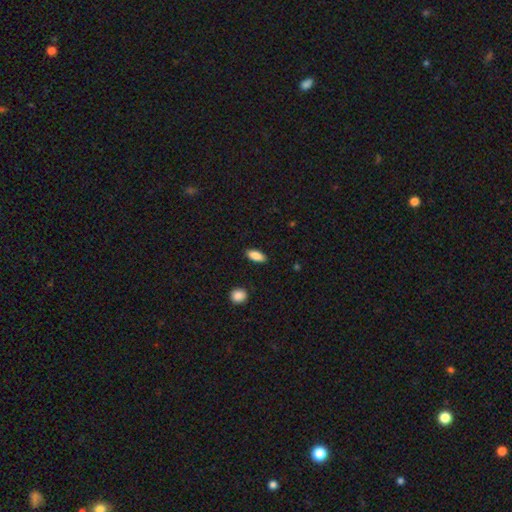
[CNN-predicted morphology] This appears to be a smooth galaxy with no disk features (87%) that is in between round and cigar-shaped (81%). Merging: none (89%).